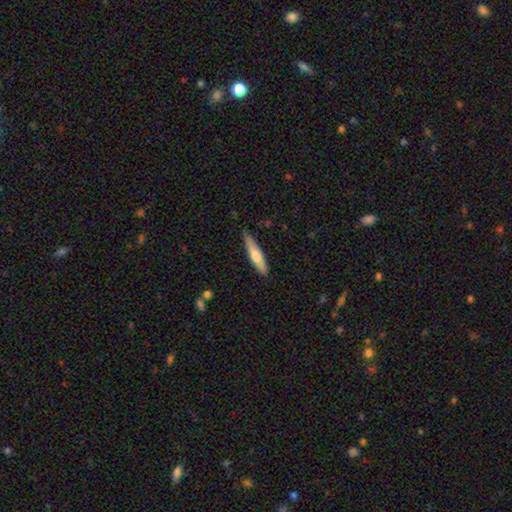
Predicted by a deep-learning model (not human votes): A smooth galaxy with no disk features (56%) that is cigar-shaped (83%).

Vote fractions:
- Smooth or featured? smooth: 56% / featured or disk: 39% / star or artifact: 5%
- How rounded? cigar-shaped: 83% / in between: 15% / round: 2%
- Merging? none: 85% / minor disturbance: 12% / major disturbance: 2% / merger: 1%